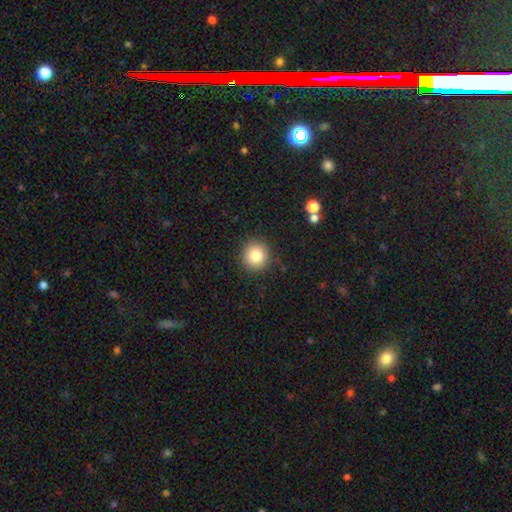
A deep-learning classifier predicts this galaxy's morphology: Smooth or featured: smooth — 82% (star or artifact — 11%)
How rounded: round — 93% (in between — 6%)
Merging: none — 89% (minor disturbance — 7%)